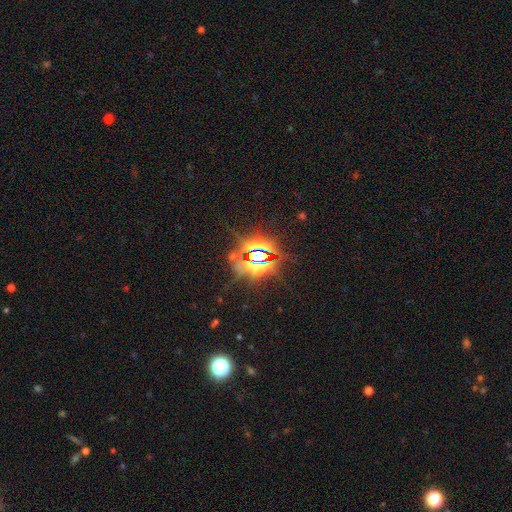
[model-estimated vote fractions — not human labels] A star or artifact, not a galaxy (80%).